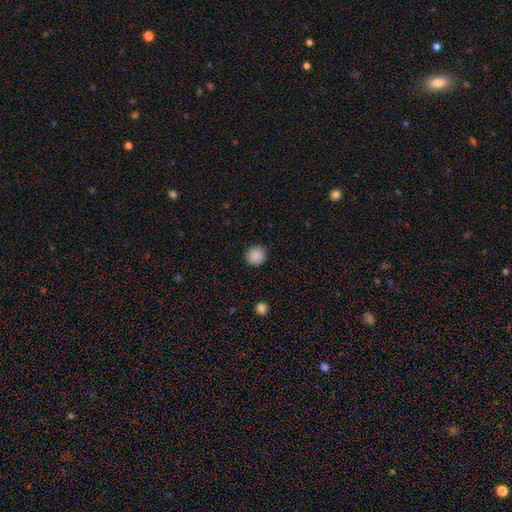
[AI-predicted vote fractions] This appears to be a smooth galaxy with no disk features (89%) that is round (94%). Merging: none (92%).